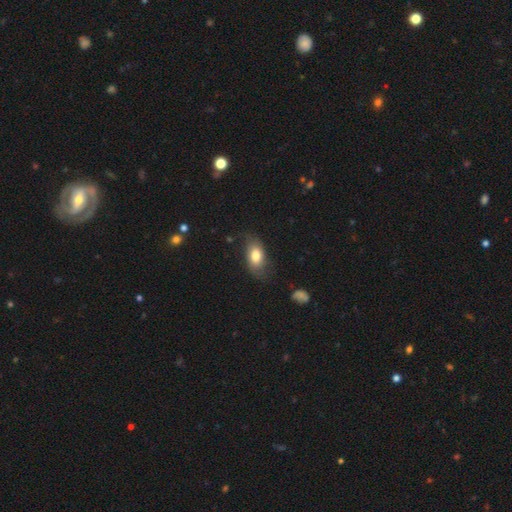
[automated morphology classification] type=smooth (75%); roundness=in between (89%); merging=none (66%).